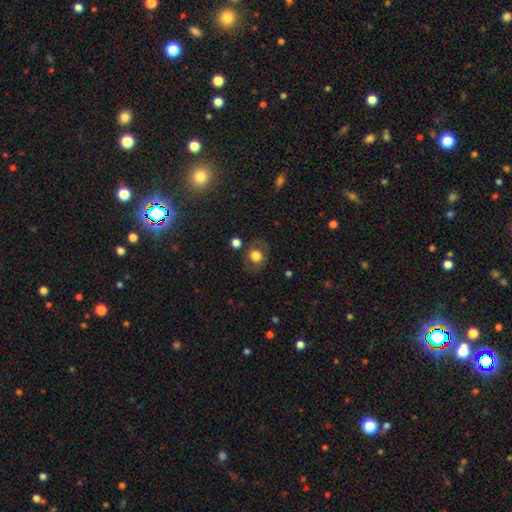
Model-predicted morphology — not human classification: A smooth galaxy with no disk features (64%) that is round (68%). Merging: none (77%).